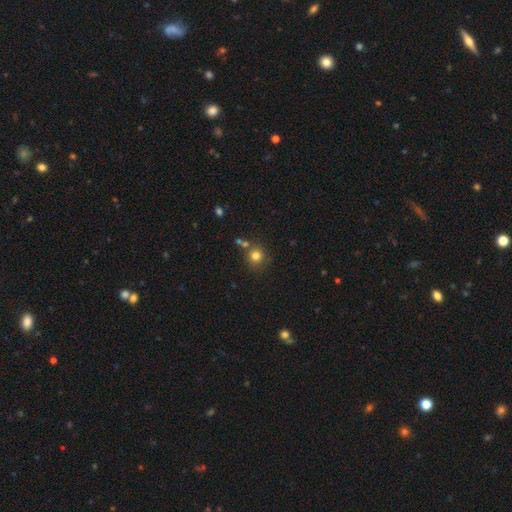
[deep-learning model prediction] Smooth or featured? smooth (80%)
How rounded? round (90%)
Merging? none (73%)